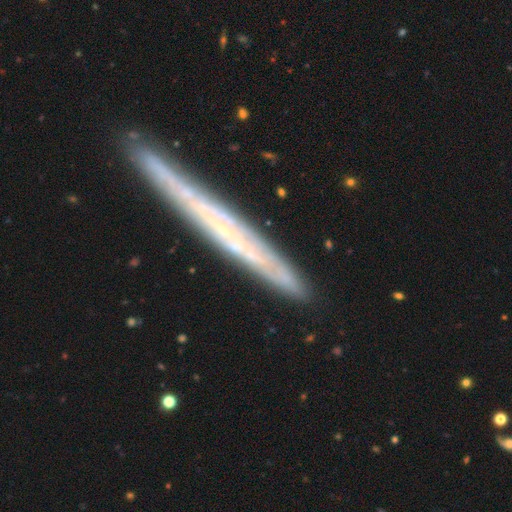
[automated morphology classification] A featured or disk galaxy (59%) viewed edge-on (75%).

Vote fractions:
- Smooth or featured? featured or disk: 59% / smooth: 30% / star or artifact: 11%
- Edge-on disk? yes: 75% / no: 25%
- Merging? none: 82% / minor disturbance: 12% / merger: 3% / major disturbance: 3%